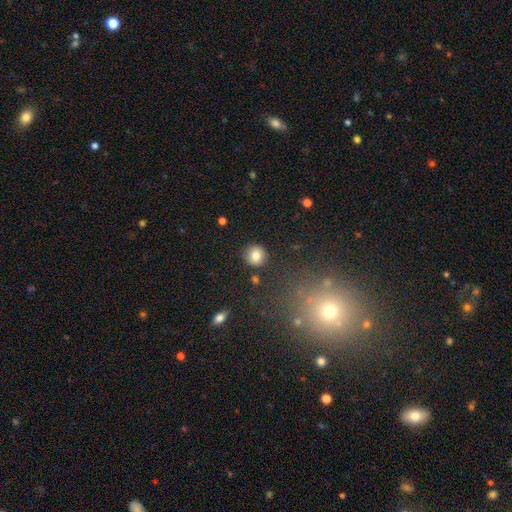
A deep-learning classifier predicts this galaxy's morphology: Smooth or featured? smooth (82%)
How rounded? round (91%)
Merging? none (88%)